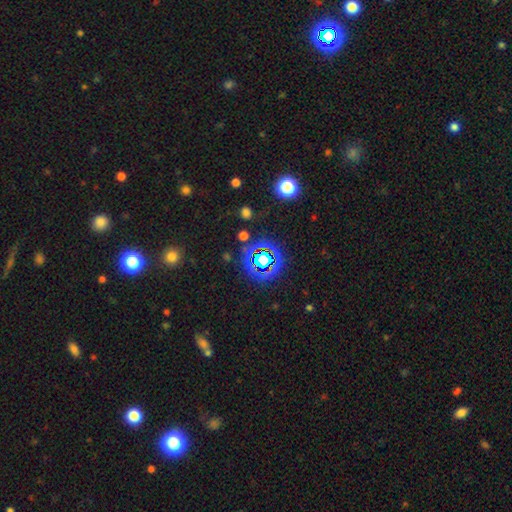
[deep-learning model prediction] smooth_or_featured: star or artifact (p=0.74) [alt: smooth p=0.18]